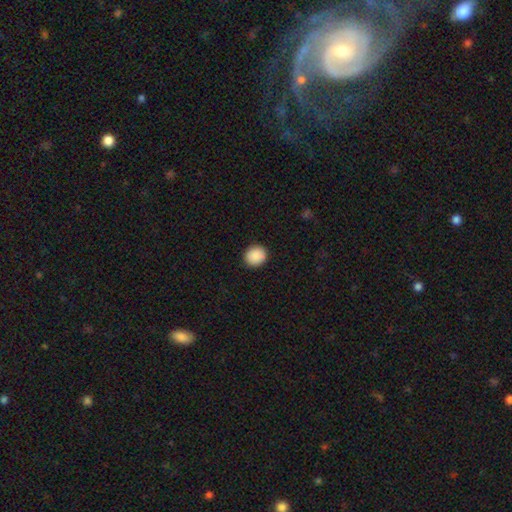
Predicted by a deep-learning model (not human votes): Smooth or featured: smooth — 90% (star or artifact — 7%)
How rounded: round — 86% (in between — 13%)
Merging: none — 92% (minor disturbance — 6%)